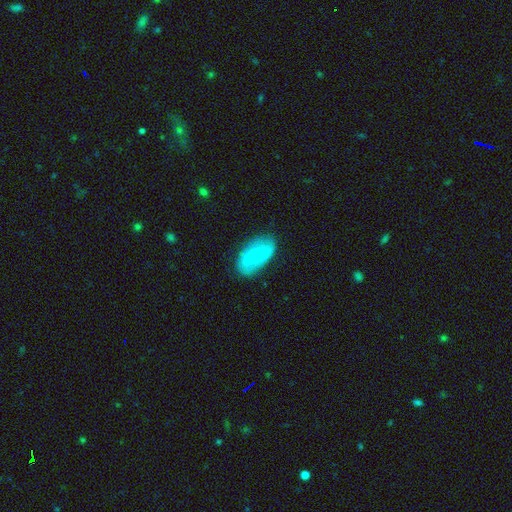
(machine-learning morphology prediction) The model was most divided on "smooth or featured": smooth: 57%, featured or disk: 36%, star or artifact: 7%. More confident: how rounded — in between (93%); merging — none (65%).